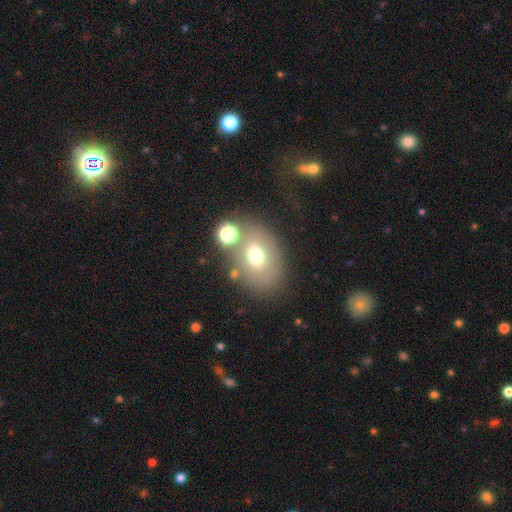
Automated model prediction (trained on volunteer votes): smooth 65%, featured or disk 21%, star or artifact 14%. Down the decision tree: how rounded — in between (70%); merging — none (66%).